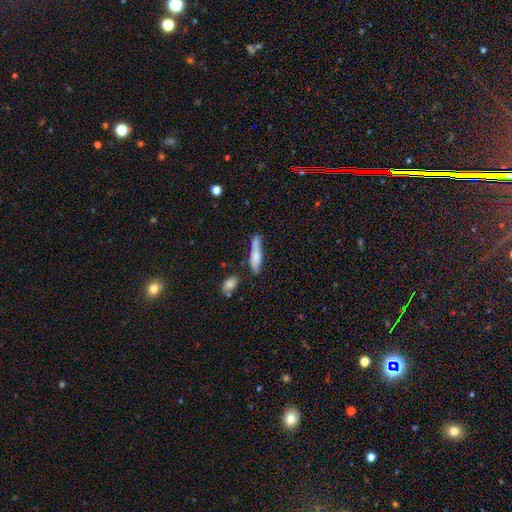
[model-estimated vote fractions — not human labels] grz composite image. It shows a smooth galaxy with no disk features (69%) that is cigar-shaped (75%). Merging: none (60%).